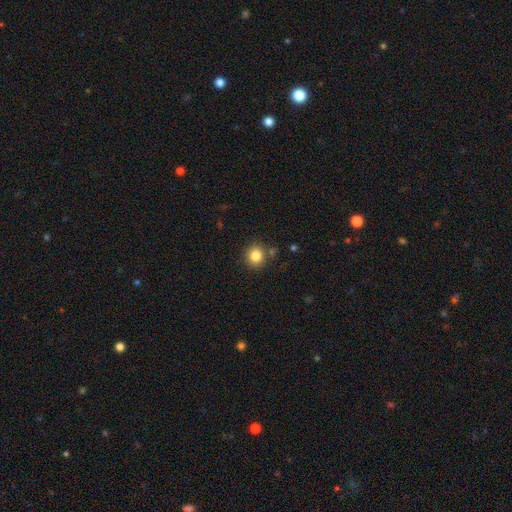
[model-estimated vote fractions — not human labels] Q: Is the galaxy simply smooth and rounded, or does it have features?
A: smooth — 83%.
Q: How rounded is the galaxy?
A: round — 88%.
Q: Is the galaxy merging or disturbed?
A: none — 82%.